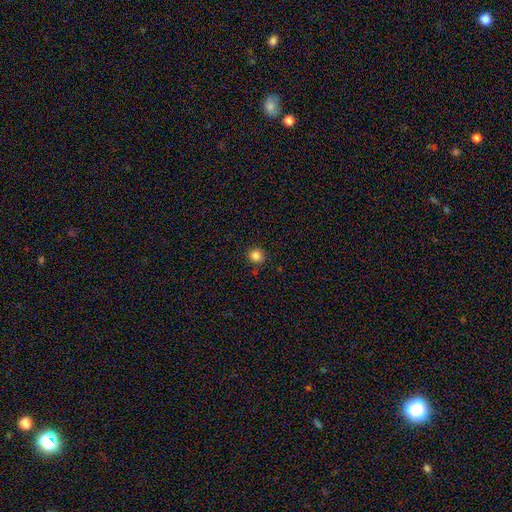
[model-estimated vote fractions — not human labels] smooth 84%, star or artifact 12%, featured or disk 4%. Down the decision tree: how rounded — round (89%); merging — none (86%).